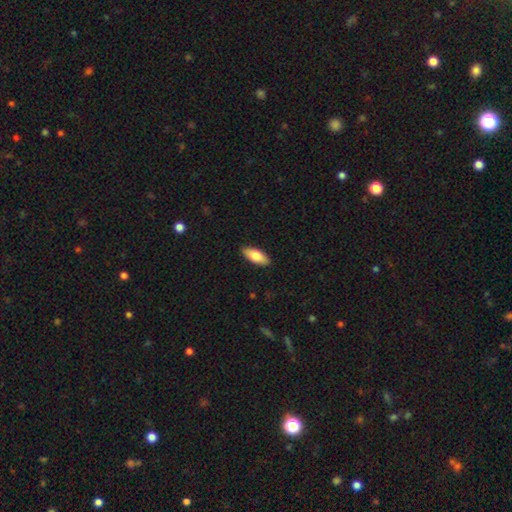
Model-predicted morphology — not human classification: Q: Smooth or featured?
A: smooth (75%); runner-up: featured or disk (19%)
Q: How rounded?
A: in between (81%); runner-up: cigar-shaped (16%)
Q: Merging?
A: none (90%); runner-up: minor disturbance (8%)